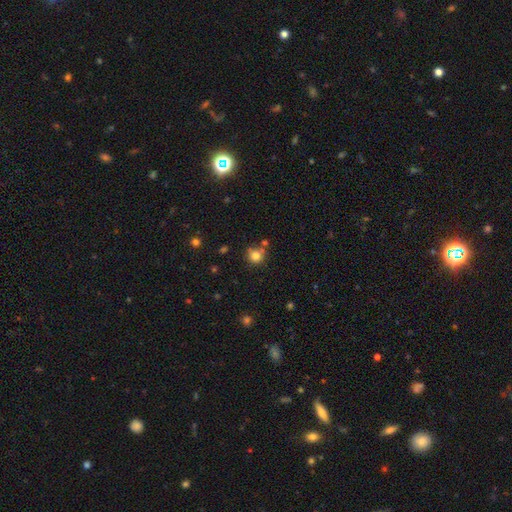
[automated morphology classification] type=smooth (79%); roundness=round (90%); merging=none (67%).